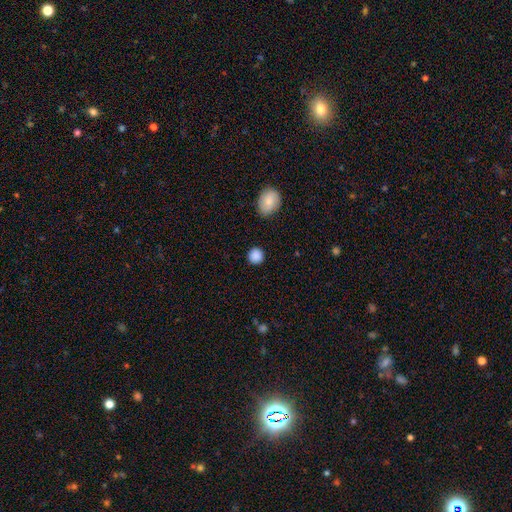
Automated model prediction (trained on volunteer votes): A smooth galaxy with no disk features (87%) that is round (91%).

Vote fractions:
- Smooth or featured? smooth: 87% / star or artifact: 9% / featured or disk: 4%
- How rounded? round: 91% / in between: 8% / cigar-shaped: 1%
- Merging? none: 88% / minor disturbance: 7% / major disturbance: 2% / merger: 2%